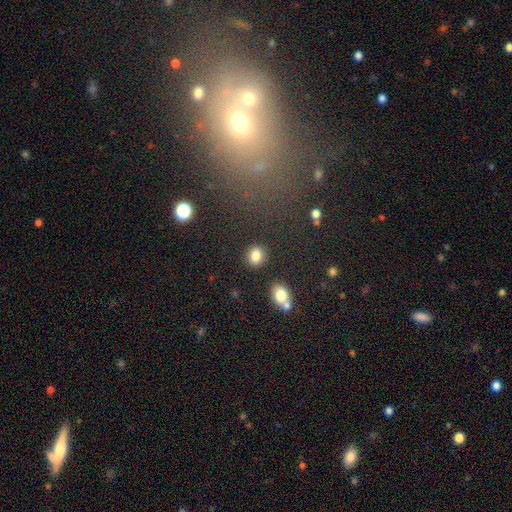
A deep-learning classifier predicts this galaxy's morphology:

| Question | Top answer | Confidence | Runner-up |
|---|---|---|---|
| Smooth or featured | smooth | 83% | star or artifact (10%) |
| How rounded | round | 68% | in between (31%) |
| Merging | none | 84% | minor disturbance (8%) |